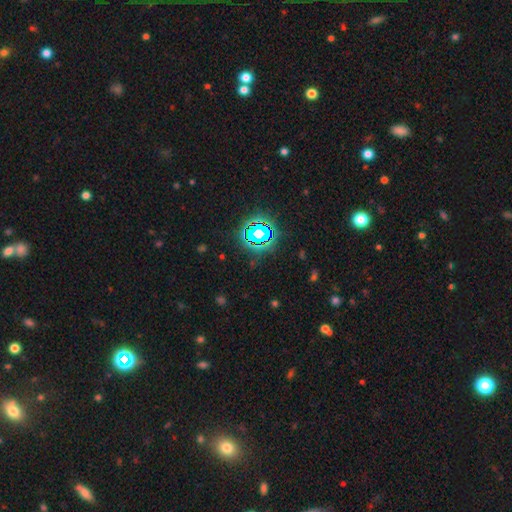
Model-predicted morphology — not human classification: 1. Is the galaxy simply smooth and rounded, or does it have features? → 78% star or artifact, 14% smooth, 8% featured or disk.